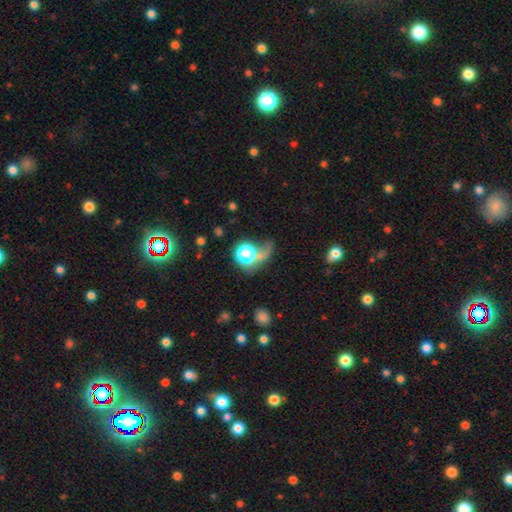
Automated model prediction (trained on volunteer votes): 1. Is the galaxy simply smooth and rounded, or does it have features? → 48% smooth, 27% featured or disk, 24% star or artifact.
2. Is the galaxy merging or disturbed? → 38% major disturbance, 31% none, 16% minor disturbance, 15% merger.